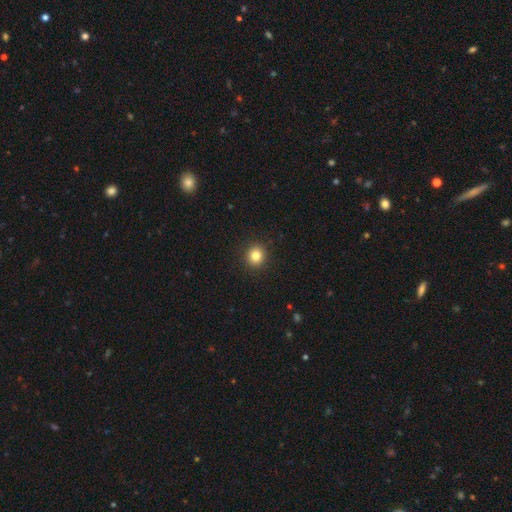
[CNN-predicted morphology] Overall: smooth (83%). How rounded: round (89%). Merging: none (92%).